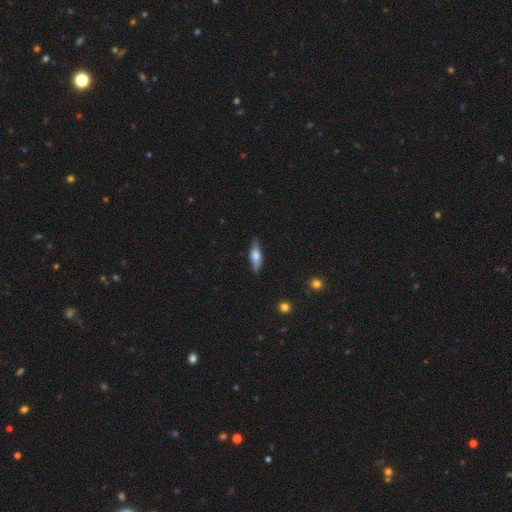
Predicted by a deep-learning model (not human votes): Q: Smooth or featured?
A: smooth (49%); runner-up: featured or disk (45%)
Q: Merging?
A: none (82%); runner-up: minor disturbance (14%)